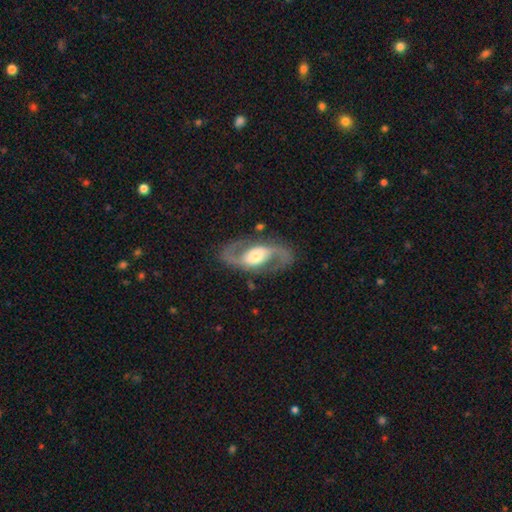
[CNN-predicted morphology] The model was most divided on "bar": weak: 37%, no: 36%, strong: 26%. More confident: edge-on disk — no (96%); spiral arms — yes (95%); spiral arm count — 2 (94%); smooth or featured — featured or disk (88%); merging — none (82%); bulge size — moderate (51%); spiral winding — medium (51%).